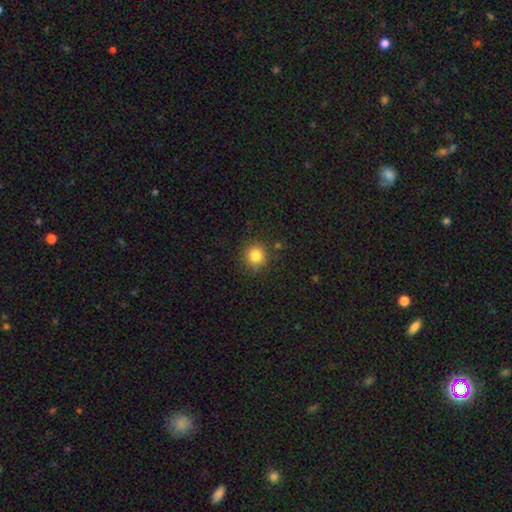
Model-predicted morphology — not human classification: Smooth or featured: smooth — 82% (star or artifact — 12%)
How rounded: round — 93% (in between — 6%)
Merging: none — 88% (minor disturbance — 7%)